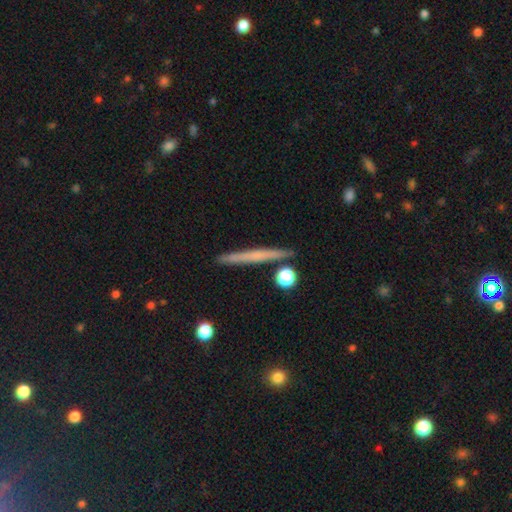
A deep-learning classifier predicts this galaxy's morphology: This is possibly a smooth galaxy (50%). How rounded: clearly cigar-shaped (95%). Merging: clearly none (89%).